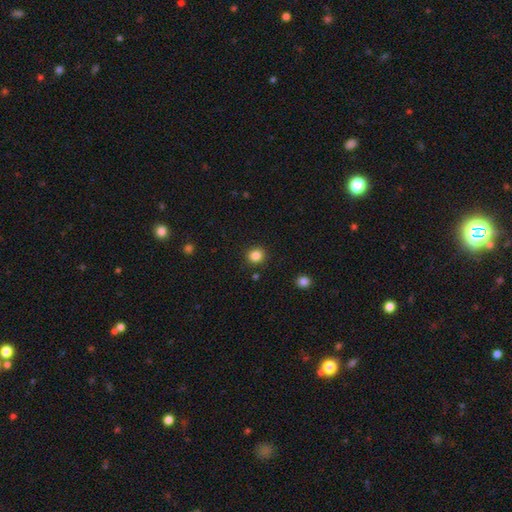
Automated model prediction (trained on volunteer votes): Morphology: type=smooth (85%); roundness=round (86%); merging=none (90%).